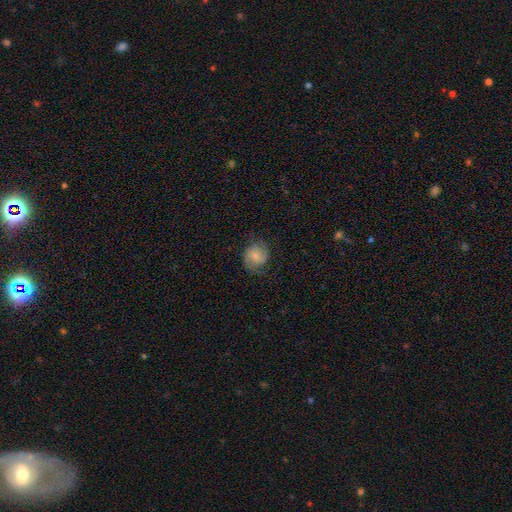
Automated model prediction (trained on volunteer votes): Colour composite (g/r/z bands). It shows a smooth galaxy with no disk features (54%) that is round (71%). Merging: none (69%).